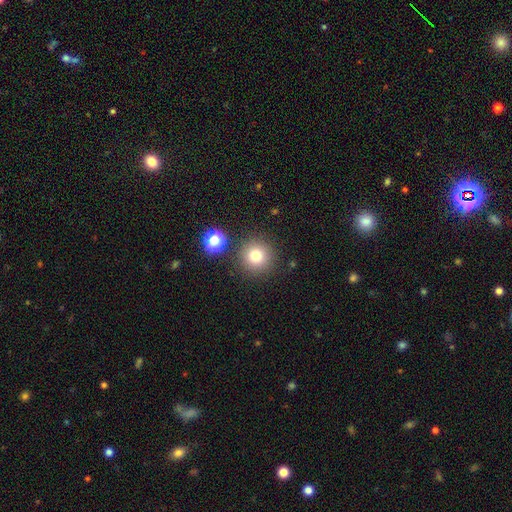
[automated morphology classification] Q: Smooth or featured?
A: smooth (77%); runner-up: star or artifact (14%)
Q: How rounded?
A: round (95%); runner-up: in between (4%)
Q: Merging?
A: none (86%); runner-up: minor disturbance (7%)